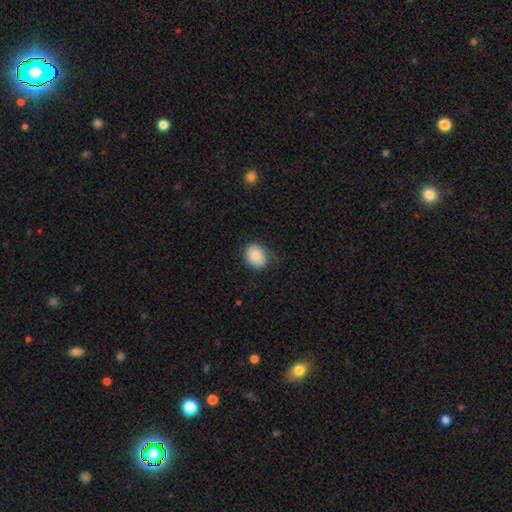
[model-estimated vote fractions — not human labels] Morphology: type=smooth (82%); roundness=round (56%); merging=none (62%).